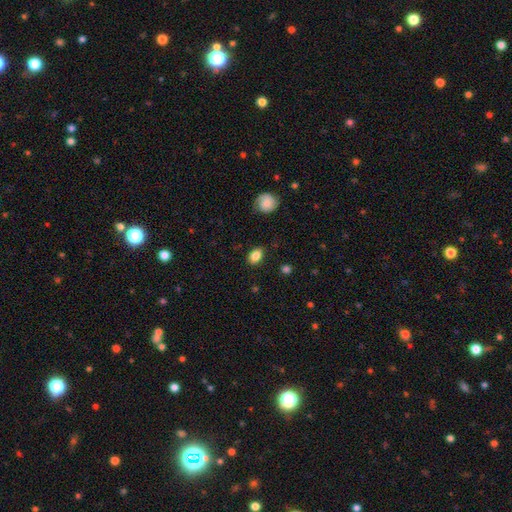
Q: Smooth or featured?
A: smooth (85%); runner-up: star or artifact (10%)
Q: How rounded?
A: in between (71%); runner-up: round (29%)
Q: Merging?
A: none (81%); runner-up: minor disturbance (14%)